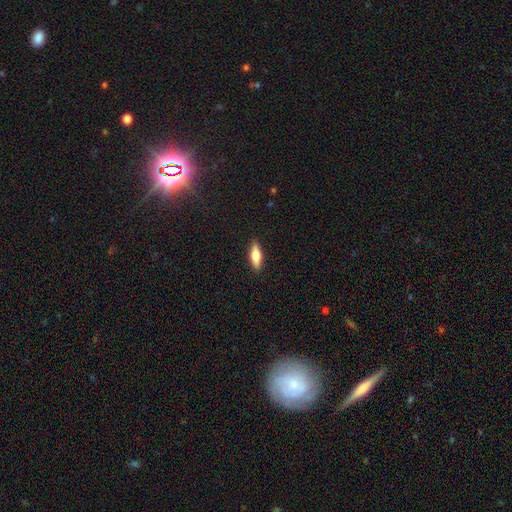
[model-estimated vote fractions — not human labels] A smooth galaxy with no disk features (65%) that is in between round and cigar-shaped (54%).

Vote fractions:
- Smooth or featured? smooth: 65% / featured or disk: 29% / star or artifact: 6%
- How rounded? in between: 54% / cigar-shaped: 43% / round: 3%
- Merging? none: 89% / minor disturbance: 8% / major disturbance: 2% / merger: 1%